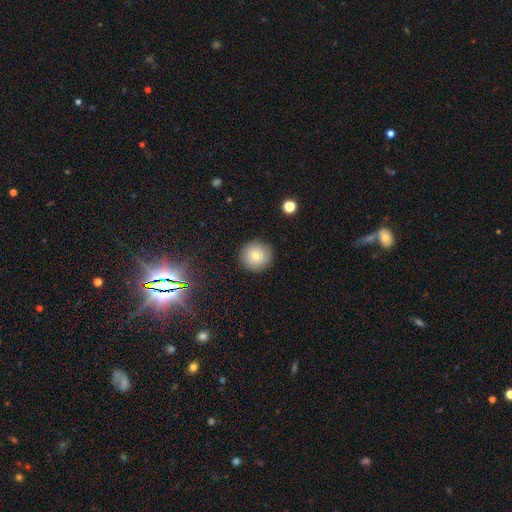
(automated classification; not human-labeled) This appears to be a smooth galaxy with no disk features (72%) that is round (94%). Merging: none (89%).